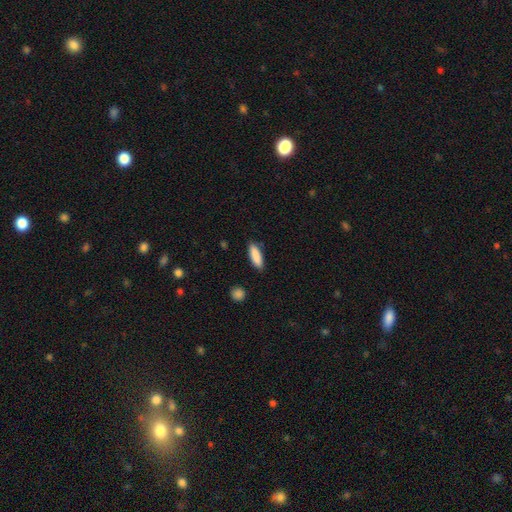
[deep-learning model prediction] Q: Smooth or featured?
A: smooth (89%); runner-up: star or artifact (6%)
Q: How rounded?
A: in between (51%); runner-up: cigar-shaped (47%)
Q: Merging?
A: none (86%); runner-up: minor disturbance (10%)